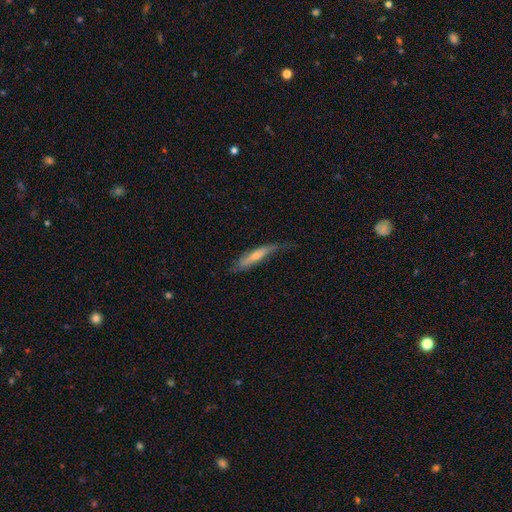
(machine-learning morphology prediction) This is possibly a smooth galaxy (54%). How rounded: clearly cigar-shaped (82%). Merging: possibly none (50%).